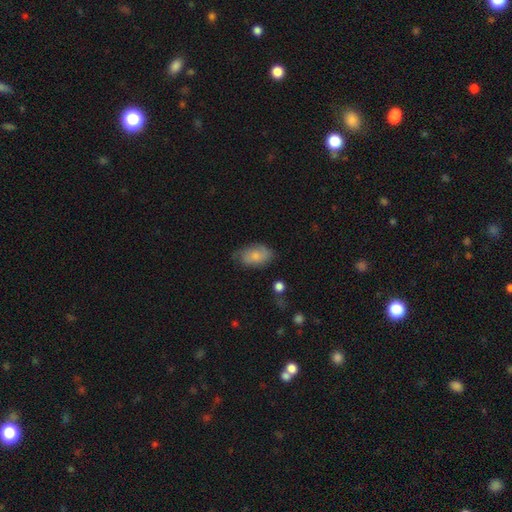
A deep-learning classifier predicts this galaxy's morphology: The model was most divided on "merging": none: 62%, minor disturbance: 28%, major disturbance: 8%, merger: 2%. More confident: how rounded — in between (91%); smooth or featured — smooth (72%).